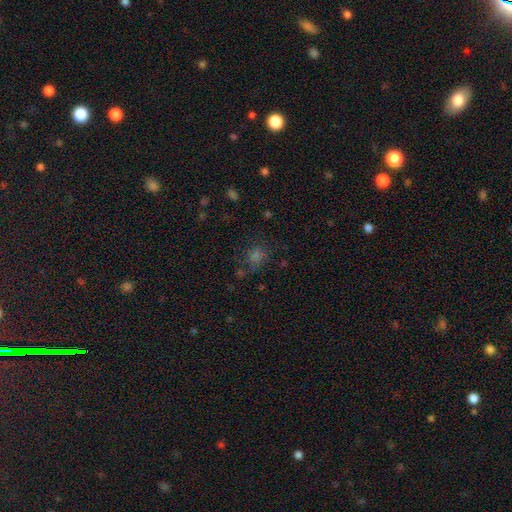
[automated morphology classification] Smooth or featured?
  - smooth: 53% *
  - star or artifact: 36%
  - featured or disk: 11%
How rounded?
  - round: 61% *
  - in between: 37%
  - cigar-shaped: 2%
Merging?
  - none: 65% *
  - minor disturbance: 17%
  - major disturbance: 12%
  - merger: 6%